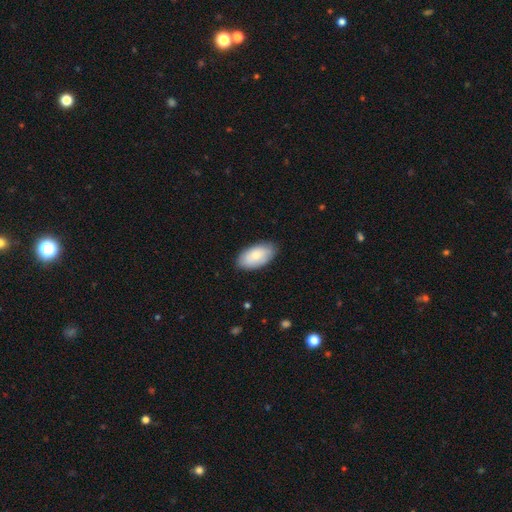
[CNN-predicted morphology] A smooth galaxy with no disk features (80%) that is in between round and cigar-shaped (95%).

Vote fractions:
- Smooth or featured? smooth: 80% / featured or disk: 15% / star or artifact: 6%
- How rounded? in between: 95% / round: 3% / cigar-shaped: 2%
- Merging? none: 84% / minor disturbance: 13% / major disturbance: 2% / merger: 1%